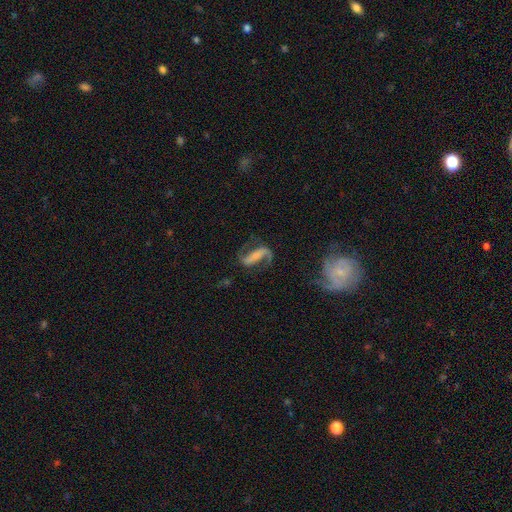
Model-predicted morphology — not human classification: Smooth or featured: featured or disk — 83% (smooth — 10%)
Edge-on disk: no — 94% (yes — 6%)
Bar: strong — 59% (weak — 24%)
Spiral arms: yes — 95% (no — 5%)
Spiral winding: loose — 56% (medium — 34%)
Spiral arm count: 2 — 87% (1 — 8%)
Bulge size: small — 37% (none — 33%)
Merging: none — 66% (major disturbance — 16%)